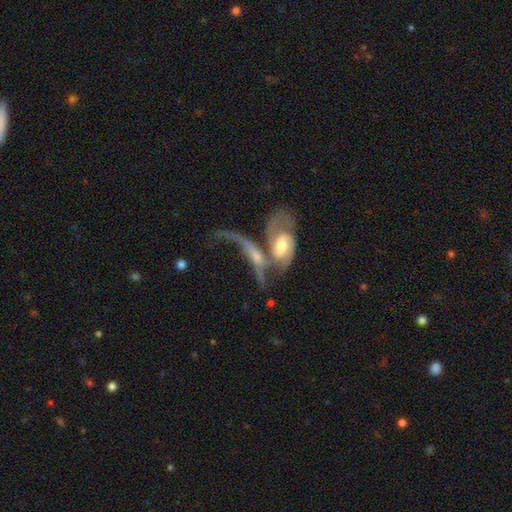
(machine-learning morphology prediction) Q: Smooth or featured?
A: featured or disk (69%); runner-up: smooth (24%)
Q: Edge-on disk?
A: no (84%); runner-up: yes (16%)
Q: Bar?
A: no (52%); runner-up: weak (35%)
Q: Spiral arms?
A: yes (81%); runner-up: no (19%)
Q: Bulge size?
A: moderate (53%); runner-up: small (26%)
Q: Merging?
A: merger (69%); runner-up: major disturbance (13%)